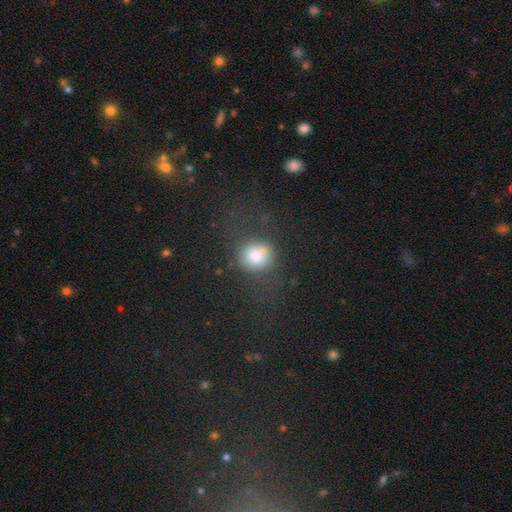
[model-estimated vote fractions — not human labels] Smooth or featured? smooth (73%)
How rounded? round (78%)
Merging? none (53%)